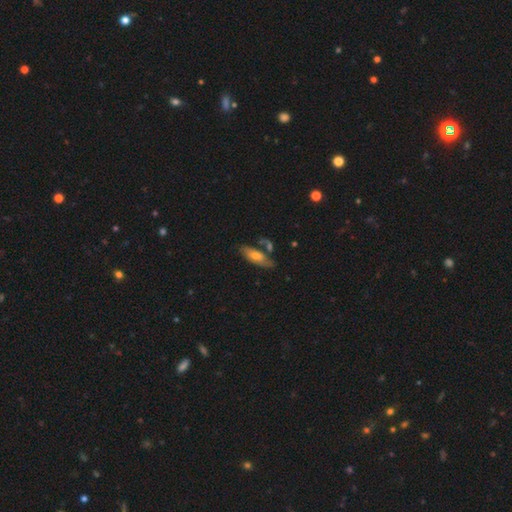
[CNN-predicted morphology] This appears to be a smooth galaxy with no disk features (57%) that is in between round and cigar-shaped (73%). Merging: none (56%).